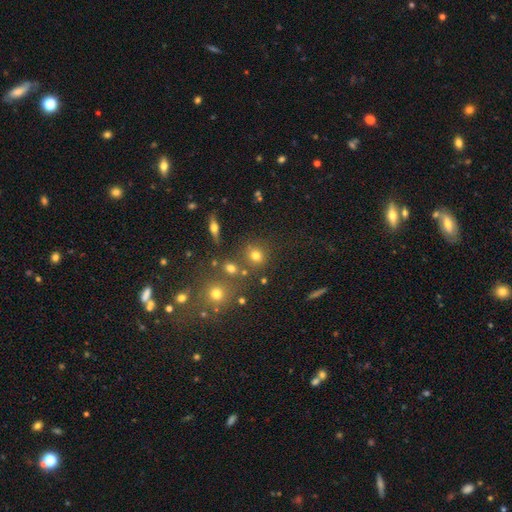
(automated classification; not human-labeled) Smooth or featured: smooth — 72% (star or artifact — 17%)
How rounded: round — 85% (in between — 14%)
Merging: none — 77% (merger — 10%)